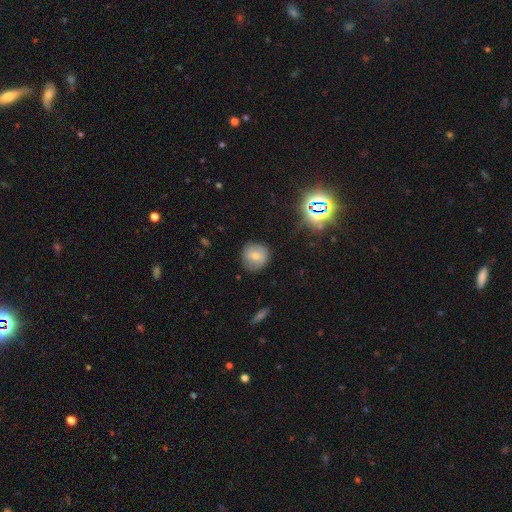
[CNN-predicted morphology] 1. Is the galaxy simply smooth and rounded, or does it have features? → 63% smooth, 24% featured or disk, 13% star or artifact.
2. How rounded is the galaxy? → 90% round, 9% in between, 1% cigar-shaped.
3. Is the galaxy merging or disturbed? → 82% none, 13% minor disturbance, 3% major disturbance, 1% merger.